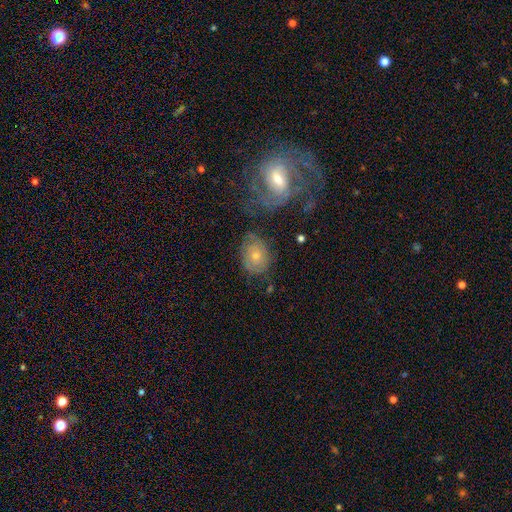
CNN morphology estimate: This appears to be a featured or disk galaxy (56%) with no bar (71%), spiral arms (80%) and a small central bulge (51%). Merging: none (65%).